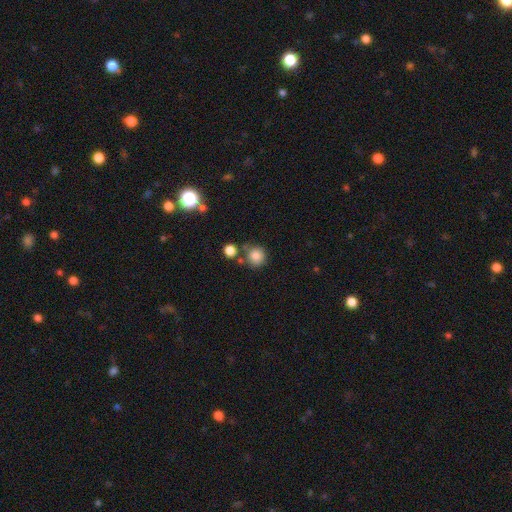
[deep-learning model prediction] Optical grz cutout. It shows a smooth galaxy with no disk features (80%) that is round (91%). Merging: none (67%).